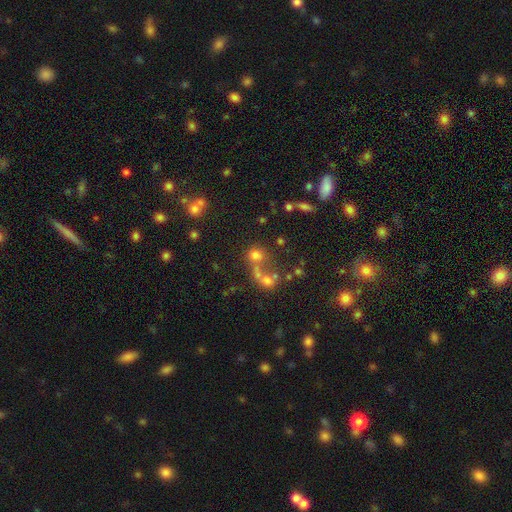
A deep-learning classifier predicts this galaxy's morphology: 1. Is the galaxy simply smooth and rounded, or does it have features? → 63% smooth, 21% star or artifact, 16% featured or disk.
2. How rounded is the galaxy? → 74% round, 25% in between, 1% cigar-shaped.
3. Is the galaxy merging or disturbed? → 43% none, 38% merger, 10% minor disturbance, 9% major disturbance.